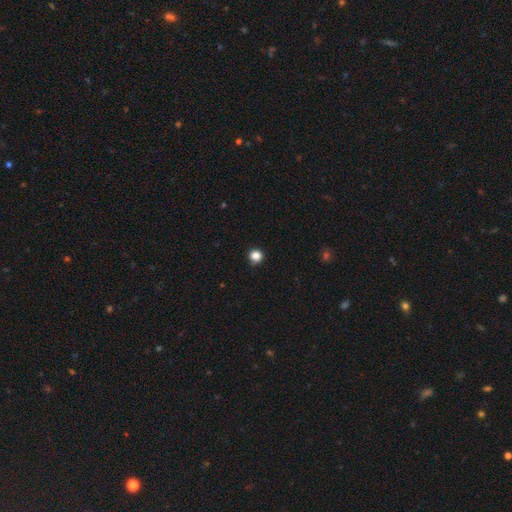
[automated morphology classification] smooth-or-featured: smooth: 84% | star or artifact: 13% | featured or disk: 3%
  how-rounded: round: 92% | in between: 7% | cigar-shaped: 1%
  merging: none: 89% | minor disturbance: 8% | major disturbance: 2% | merger: 1%